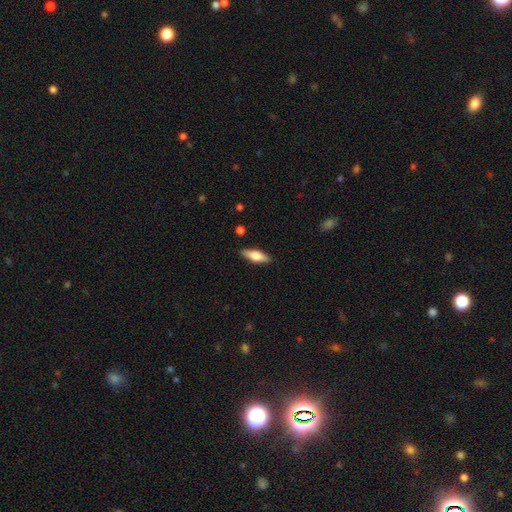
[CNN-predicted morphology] This is possibly a smooth galaxy (58%). How rounded: possibly in between (56%). Merging: clearly none (88%).